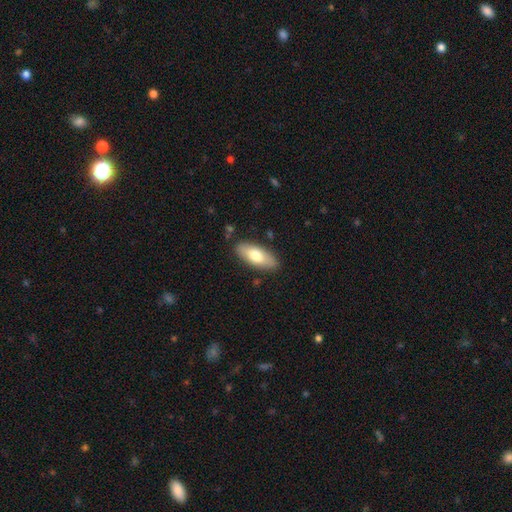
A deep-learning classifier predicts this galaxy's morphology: This appears to be a smooth galaxy with no disk features (72%) that is in between round and cigar-shaped (78%). Merging: none (85%).